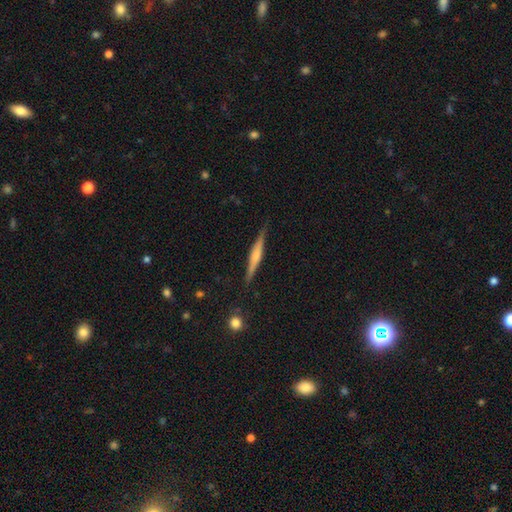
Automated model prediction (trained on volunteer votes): The model was most divided on "smooth or featured": featured or disk: 65%, smooth: 28%, star or artifact: 6%. More confident: edge-on disk — yes (97%); merging — none (88%); edge-on bulge — rounded (67%).